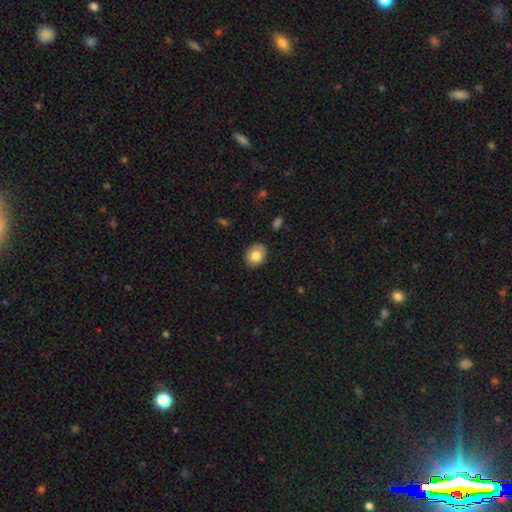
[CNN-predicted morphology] This is clearly a smooth galaxy (82%). How rounded: possibly in between (52%). Merging: clearly none (86%).